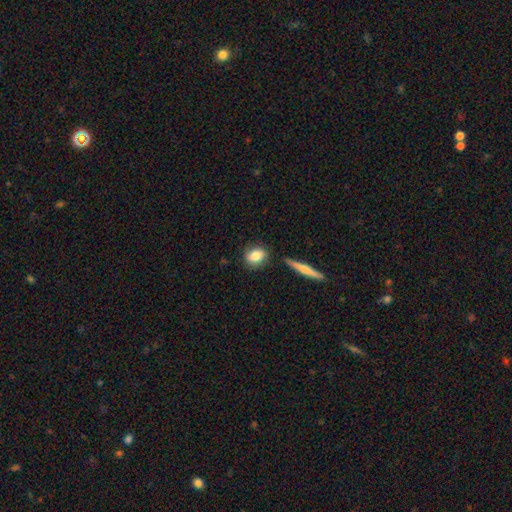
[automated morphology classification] Smooth or featured?
  - smooth: 81% *
  - featured or disk: 12%
  - star or artifact: 7%
How rounded?
  - in between: 57% *
  - round: 38%
  - cigar-shaped: 5%
Merging?
  - none: 79% *
  - minor disturbance: 12%
  - merger: 6%
  - major disturbance: 3%